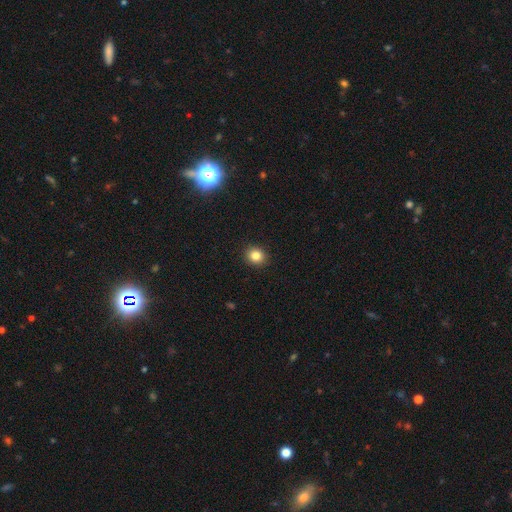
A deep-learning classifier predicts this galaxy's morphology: Smooth or featured? Predicted: smooth (p=0.84). How rounded? Predicted: round (p=0.79). Merging? Predicted: none (p=0.92).